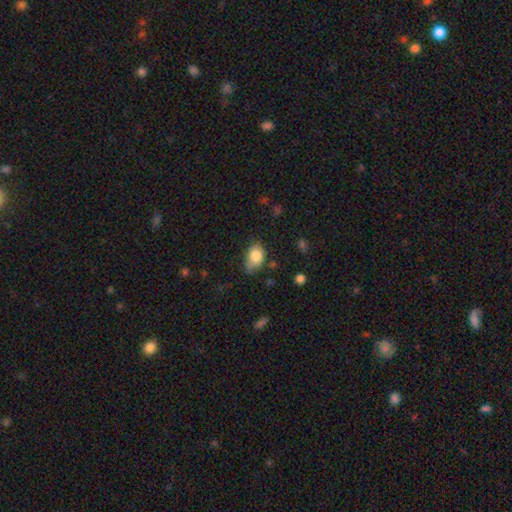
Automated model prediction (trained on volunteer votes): Smooth or featured? Predicted: smooth (p=0.82). How rounded? Predicted: in between (p=0.82). Merging? Predicted: none (p=0.53).